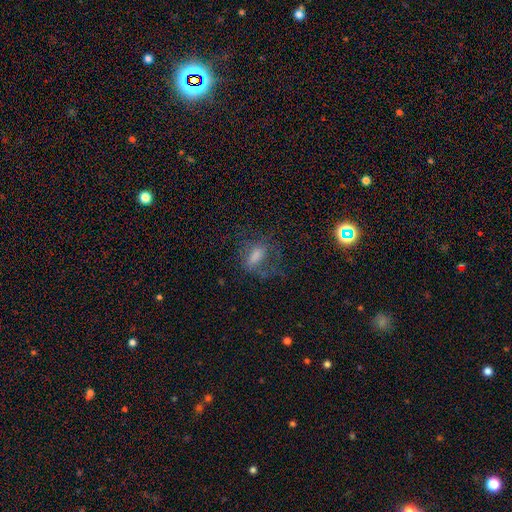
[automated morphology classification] A smooth galaxy with no disk features (48%).

Vote fractions:
- Smooth or featured? smooth: 48% / featured or disk: 31% / star or artifact: 21%
- Merging? none: 52% / major disturbance: 26% / minor disturbance: 20% / merger: 2%